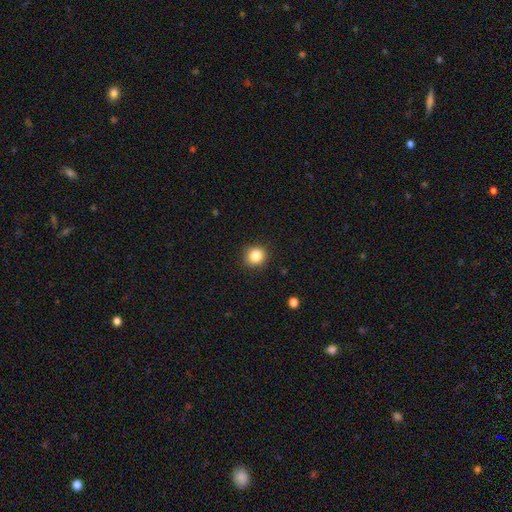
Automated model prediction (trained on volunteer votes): Q: Smooth or featured?
A: smooth (85%); runner-up: star or artifact (10%)
Q: How rounded?
A: round (86%); runner-up: in between (13%)
Q: Merging?
A: none (90%); runner-up: minor disturbance (7%)